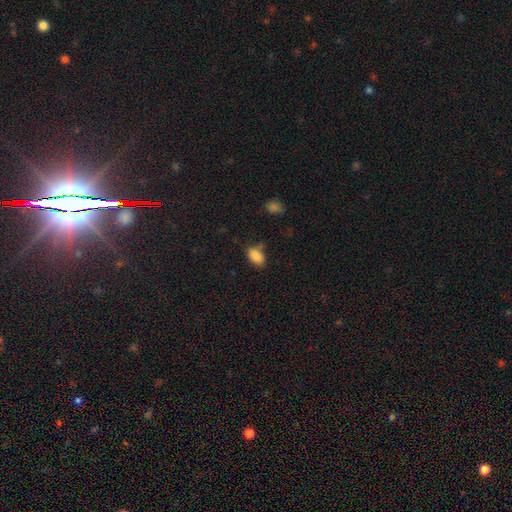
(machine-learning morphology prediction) The model was most divided on "merging": none: 69%, minor disturbance: 20%, merger: 6%, major disturbance: 5%. More confident: how rounded — in between (89%); smooth or featured — smooth (85%).